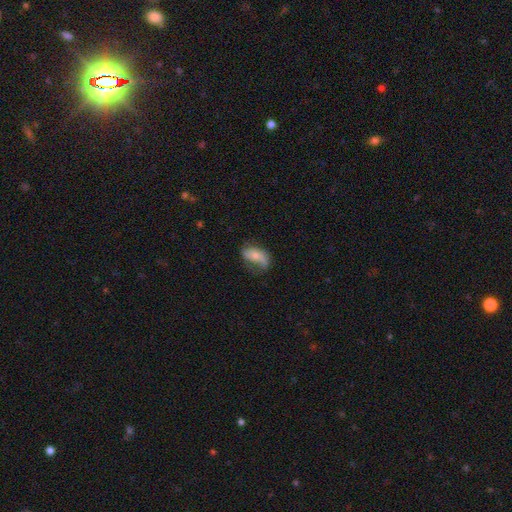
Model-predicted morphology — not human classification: The model was most divided on "merging": none: 42%, minor disturbance: 32%, major disturbance: 24%, merger: 2%. More confident: how rounded — in between (90%); smooth or featured — smooth (57%).